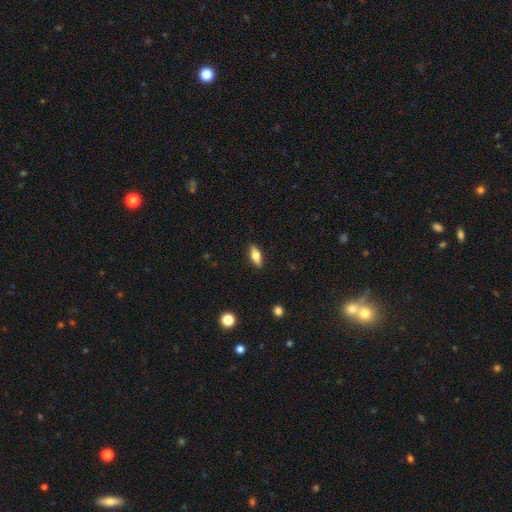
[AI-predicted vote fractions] Smooth or featured: smooth — 68% (featured or disk — 25%)
How rounded: in between — 75% (cigar-shaped — 22%)
Merging: none — 87% (minor disturbance — 9%)